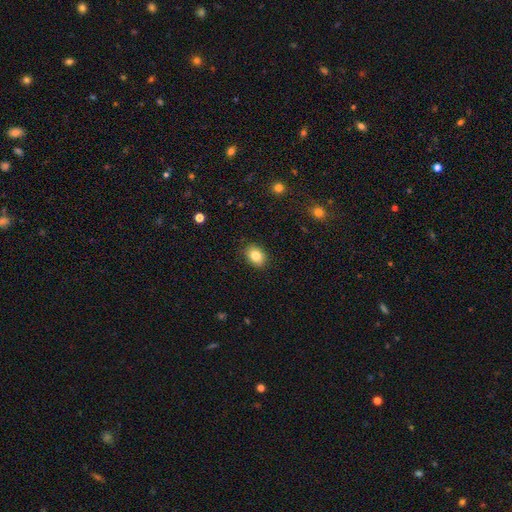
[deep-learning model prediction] Smooth or featured? Predicted: smooth (p=0.84). How rounded? Predicted: in between (p=0.65). Merging? Predicted: none (p=0.88).